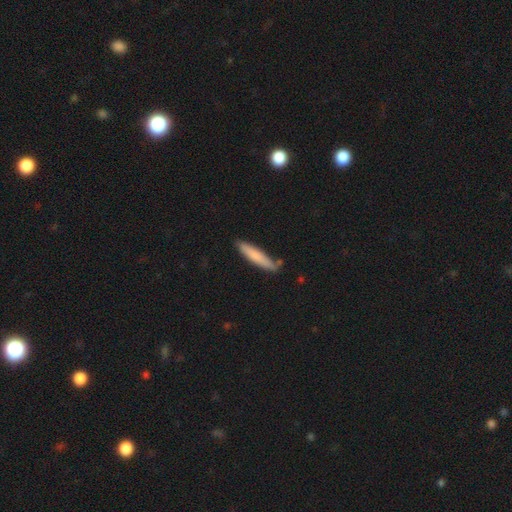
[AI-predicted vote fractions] A smooth galaxy with no disk features (76%) that is cigar-shaped (89%). Merging: none (80%).